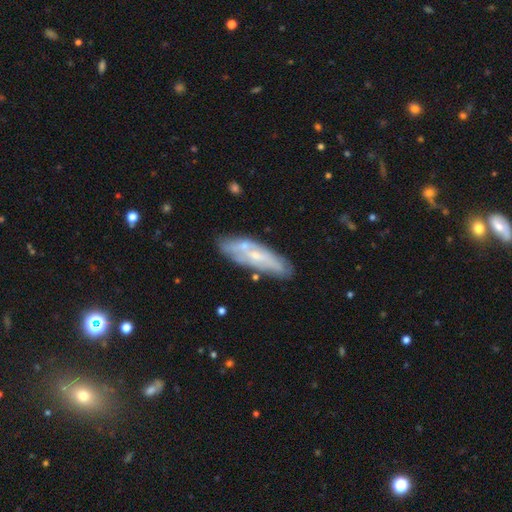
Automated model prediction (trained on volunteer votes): Q: Smooth or featured?
A: featured or disk (57%); runner-up: smooth (36%)
Q: Edge-on disk?
A: no (70%); runner-up: yes (30%)
Q: Merging?
A: none (70%); runner-up: minor disturbance (18%)